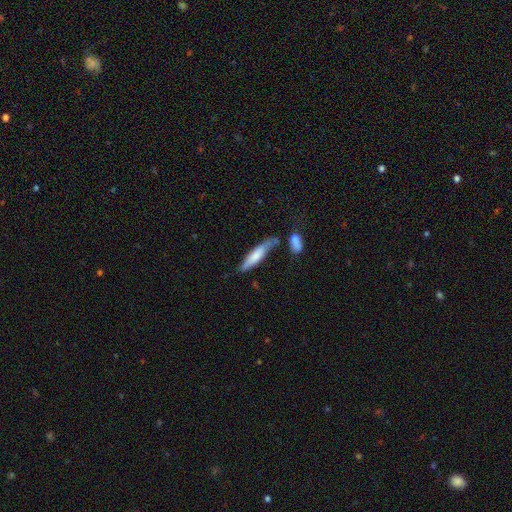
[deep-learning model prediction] Smooth or featured? smooth (67%)
How rounded? cigar-shaped (80%)
Merging? none (50%)